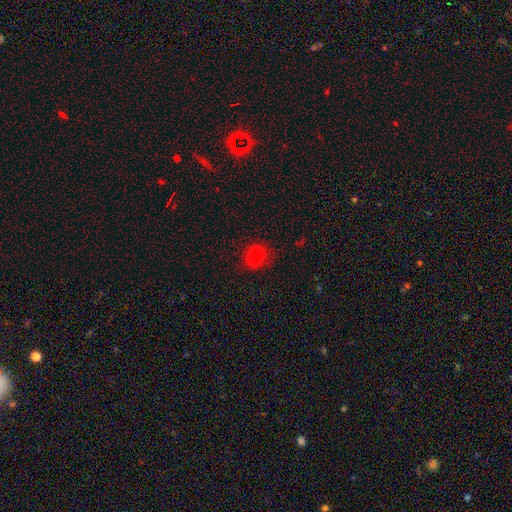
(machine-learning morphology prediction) Overall: smooth (79%). How rounded: round (67%; in between 32%). Merging: none (79%).